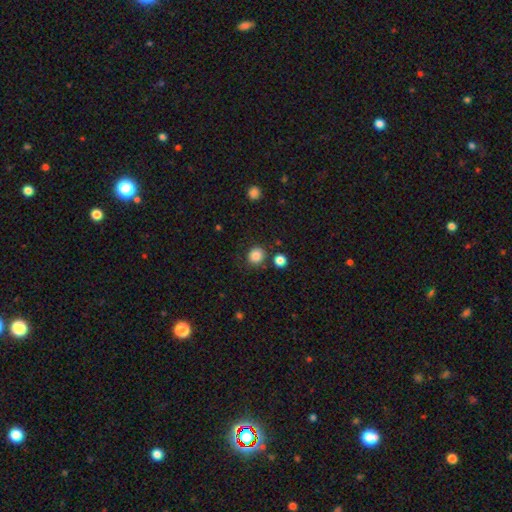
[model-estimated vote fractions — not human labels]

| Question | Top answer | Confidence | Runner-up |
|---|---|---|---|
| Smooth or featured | smooth | 85% | star or artifact (11%) |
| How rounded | round | 87% | in between (12%) |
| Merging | none | 82% | minor disturbance (9%) |